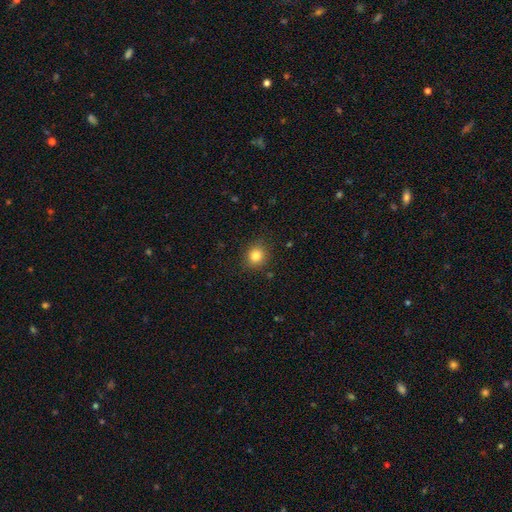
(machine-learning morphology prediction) Q: Smooth or featured?
A: smooth (82%); runner-up: star or artifact (12%)
Q: How rounded?
A: round (82%); runner-up: in between (17%)
Q: Merging?
A: none (87%); runner-up: minor disturbance (9%)